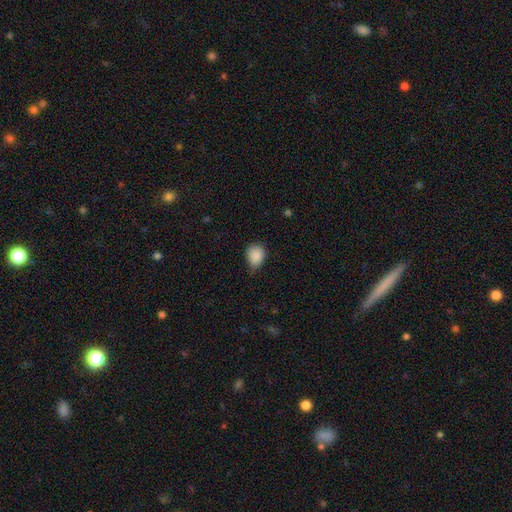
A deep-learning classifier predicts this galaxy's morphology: smooth_or_featured: smooth (p=0.87) [alt: star or artifact p=0.08]
how_rounded: in between (p=0.51) [alt: round p=0.48]
merging: none (p=0.54) [alt: minor disturbance p=0.38]